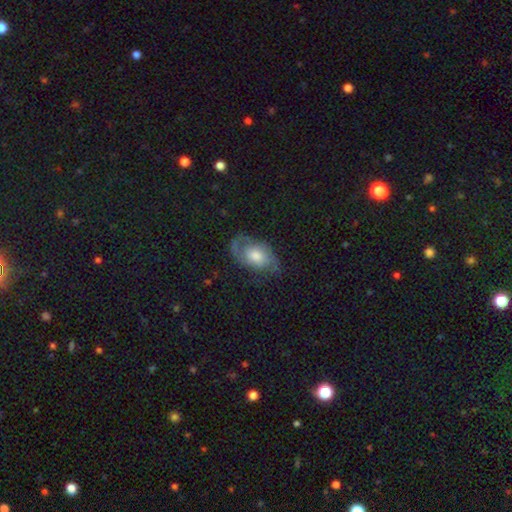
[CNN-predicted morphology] Smooth or featured: featured or disk — 71% (smooth — 23%)
Edge-on disk: no — 95% (yes — 5%)
Bar: no — 69% (weak — 26%)
Spiral arms: yes — 89% (no — 11%)
Spiral winding: medium — 45% (tight — 30%)
Spiral arm count: 2 — 77% (can't tell — 11%)
Bulge size: moderate — 58% (large — 22%)
Merging: none — 65% (minor disturbance — 22%)